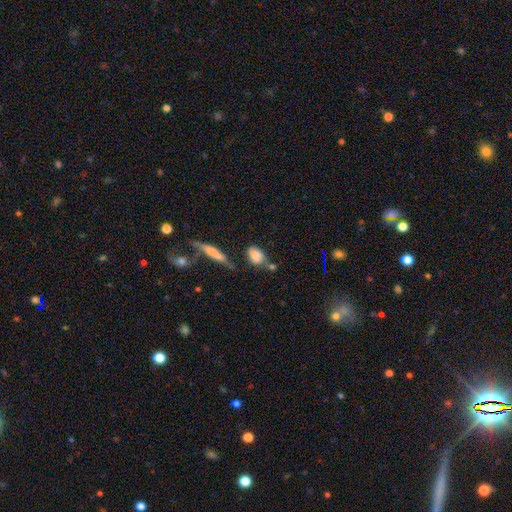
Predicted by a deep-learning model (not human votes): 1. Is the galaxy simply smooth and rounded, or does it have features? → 81% smooth, 11% featured or disk, 8% star or artifact.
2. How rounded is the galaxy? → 74% in between, 21% round, 5% cigar-shaped.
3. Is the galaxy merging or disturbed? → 51% none, 22% minor disturbance, 19% merger, 8% major disturbance.